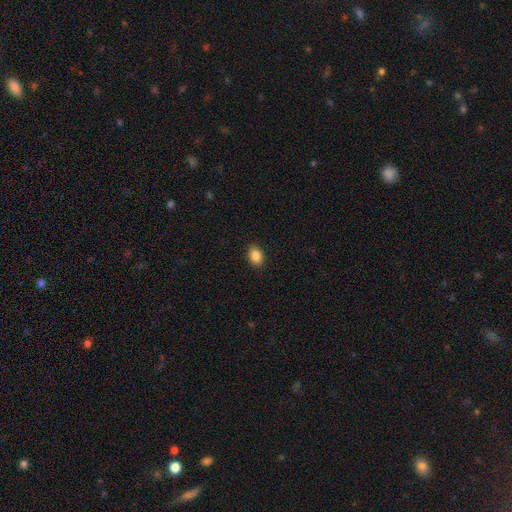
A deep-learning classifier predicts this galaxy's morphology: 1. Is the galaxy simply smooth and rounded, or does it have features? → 87% smooth, 9% star or artifact, 4% featured or disk.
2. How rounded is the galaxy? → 66% in between, 33% round, 1% cigar-shaped.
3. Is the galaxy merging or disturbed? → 90% none, 7% minor disturbance, 2% major disturbance, 1% merger.